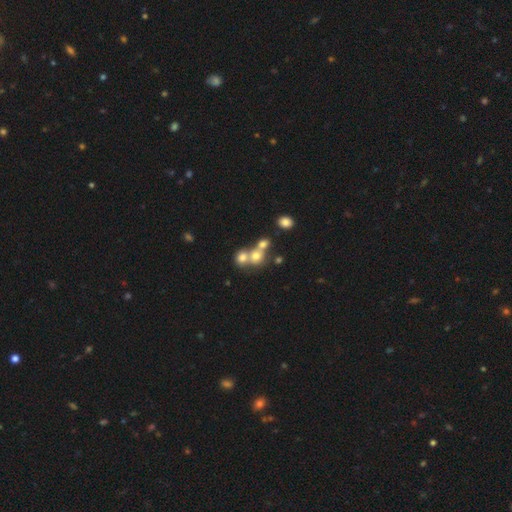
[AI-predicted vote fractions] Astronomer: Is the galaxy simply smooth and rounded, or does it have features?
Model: smooth — 67%.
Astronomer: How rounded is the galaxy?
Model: round — 79%.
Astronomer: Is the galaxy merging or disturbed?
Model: merger — 54% (runner-up: none, 35%).